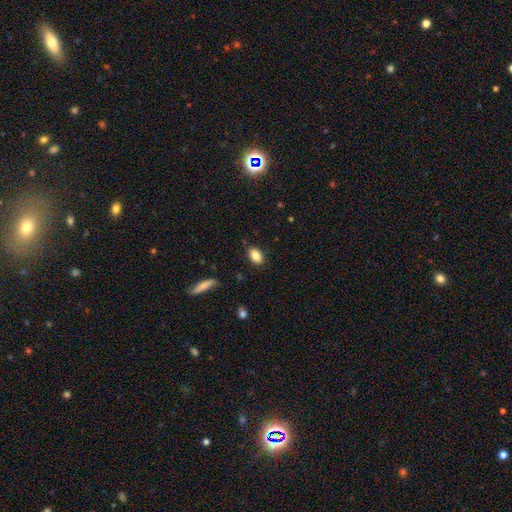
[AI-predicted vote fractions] The model was most divided on "merging": none: 84%, minor disturbance: 12%, major disturbance: 2%, merger: 2%. More confident: how rounded — in between (88%); smooth or featured — smooth (85%).